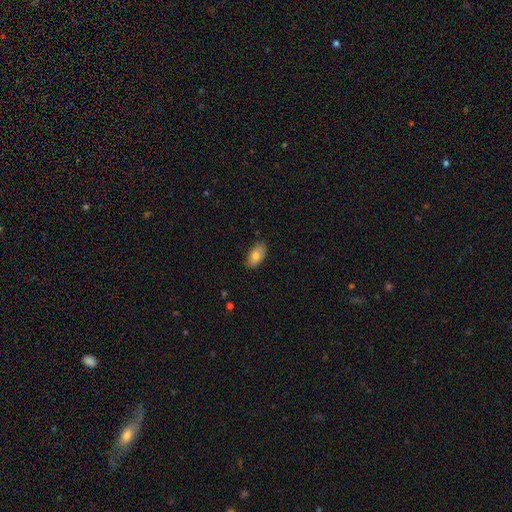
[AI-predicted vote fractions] A smooth galaxy with no disk features (80%) that is in between round and cigar-shaped (93%). Merging: none (80%).